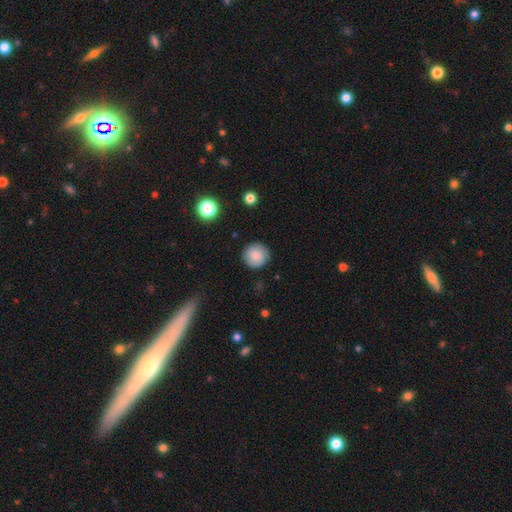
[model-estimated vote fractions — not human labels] A smooth galaxy with no disk features (82%) that is round (94%). Merging: none (88%).